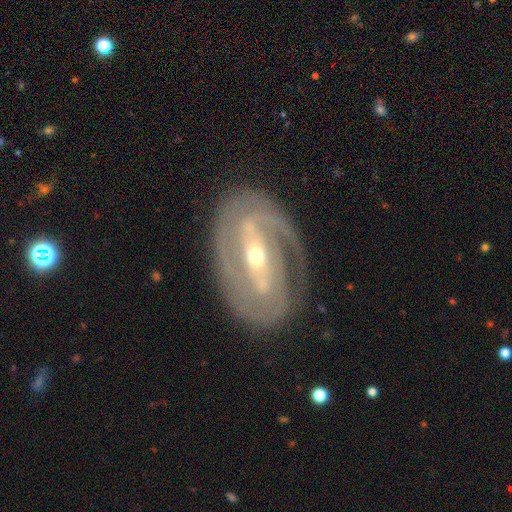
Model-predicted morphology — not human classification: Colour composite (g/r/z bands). It shows a featured or disk galaxy (89%) with a strong bar (61%), 2 (69%) tight (59%) spiral arms (95%) and a small central bulge (55%). Merging: none (77%).